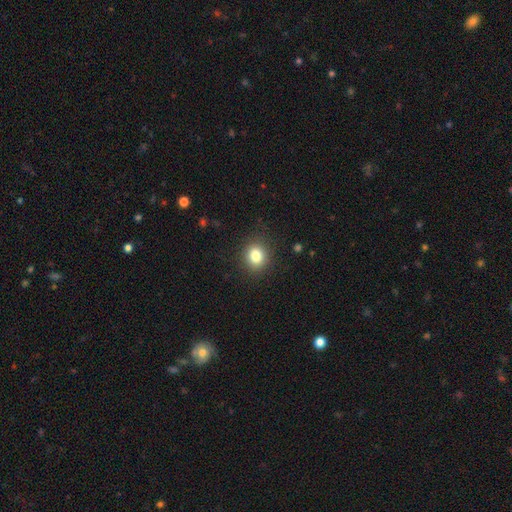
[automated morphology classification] Smooth or featured?
  - smooth: 82% *
  - star or artifact: 11%
  - featured or disk: 7%
How rounded?
  - round: 73% *
  - in between: 26%
  - cigar-shaped: 1%
Merging?
  - none: 88% *
  - minor disturbance: 8%
  - major disturbance: 3%
  - merger: 1%